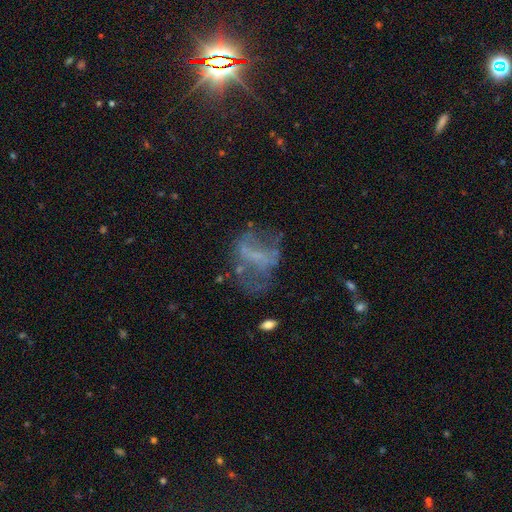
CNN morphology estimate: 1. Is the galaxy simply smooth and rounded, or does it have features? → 55% featured or disk, 26% smooth, 18% star or artifact.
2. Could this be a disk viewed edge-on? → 96% no, 4% yes.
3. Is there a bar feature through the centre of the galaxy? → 54% no, 29% weak, 18% strong.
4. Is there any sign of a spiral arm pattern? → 73% no, 27% yes.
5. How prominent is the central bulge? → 63% none, 25% small, 9% moderate, 2% large, 1% dominant.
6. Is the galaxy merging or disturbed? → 41% none, 33% major disturbance, 20% minor disturbance, 6% merger.